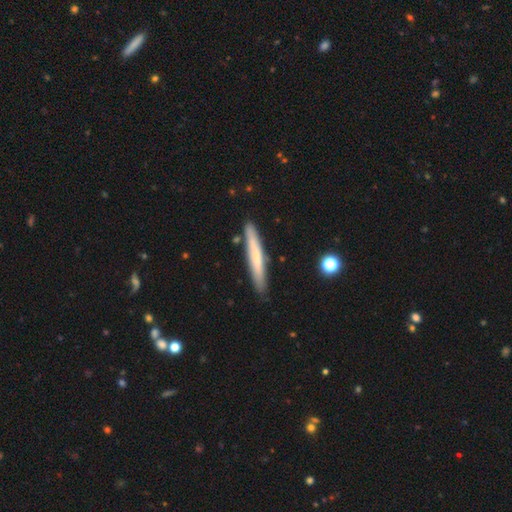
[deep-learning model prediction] smooth-or-featured: smooth: 62% | featured or disk: 32% | star or artifact: 6%
  how-rounded: cigar-shaped: 95% | in between: 4% | round: 1%
  merging: none: 86% | minor disturbance: 10% | merger: 3% | major disturbance: 2%